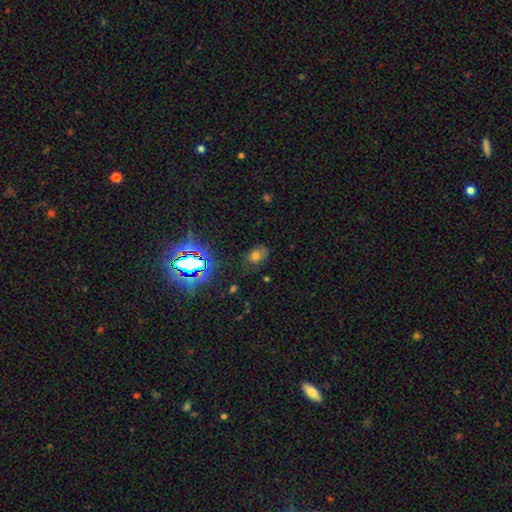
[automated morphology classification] Smooth or featured: smooth — 61% (star or artifact — 28%)
How rounded: in between — 78% (round — 20%)
Merging: none — 68% (minor disturbance — 21%)